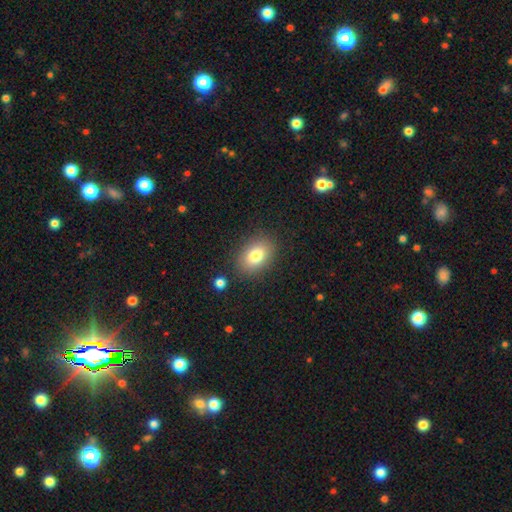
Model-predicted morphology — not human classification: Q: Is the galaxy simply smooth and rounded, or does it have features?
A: smooth — 79%.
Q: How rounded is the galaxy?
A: in between — 75%.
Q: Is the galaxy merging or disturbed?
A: none — 85%.